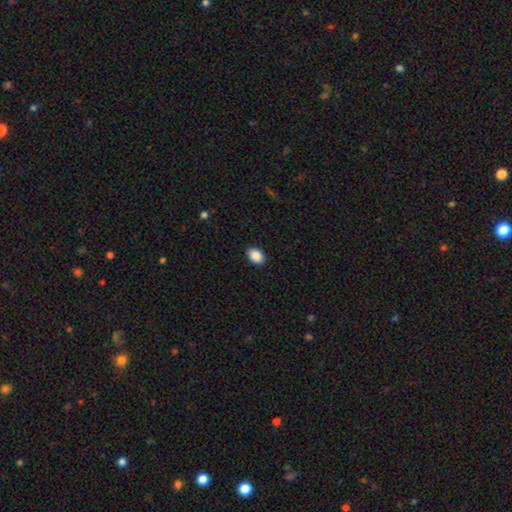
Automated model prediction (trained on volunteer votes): smooth 90%, star or artifact 7%, featured or disk 3%. Down the decision tree: how rounded — in between (83%); merging — none (90%).